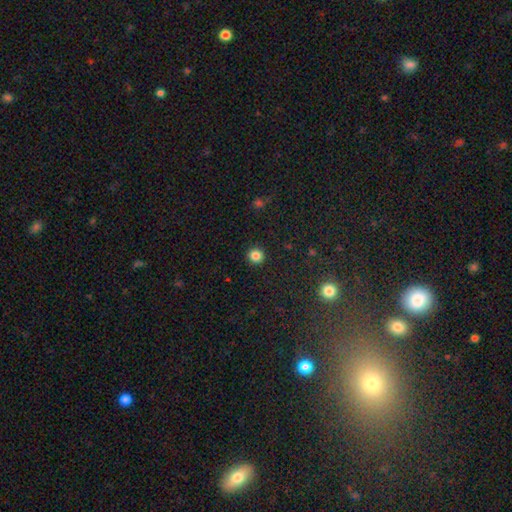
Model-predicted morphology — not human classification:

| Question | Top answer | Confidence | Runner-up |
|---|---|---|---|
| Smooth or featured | smooth | 84% | star or artifact (12%) |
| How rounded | round | 92% | in between (7%) |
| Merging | none | 93% | minor disturbance (5%) |